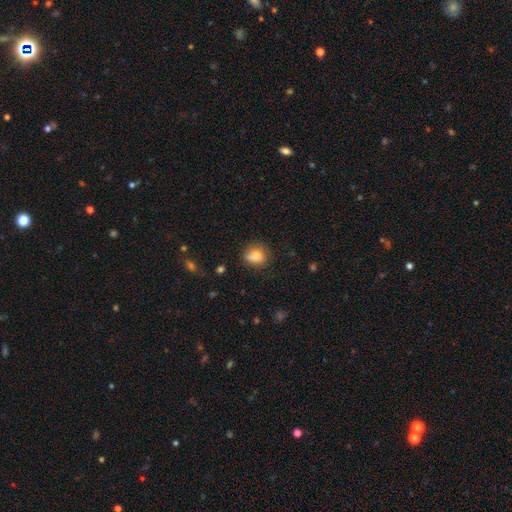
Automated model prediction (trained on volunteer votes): A smooth galaxy with no disk features (78%) that is round (69%). Merging: none (62%).